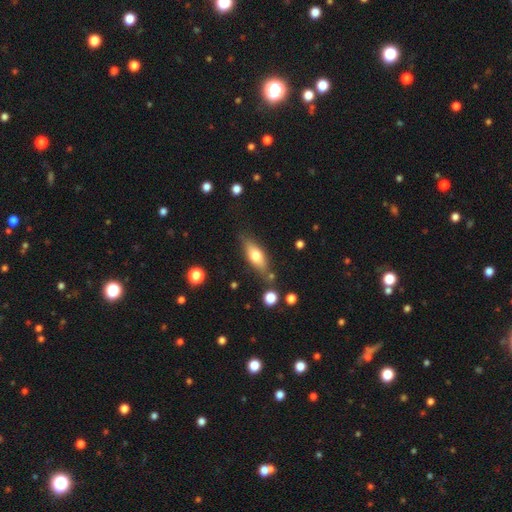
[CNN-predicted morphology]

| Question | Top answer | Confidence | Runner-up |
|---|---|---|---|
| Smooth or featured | smooth | 61% | featured or disk (32%) |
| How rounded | in between | 63% | cigar-shaped (34%) |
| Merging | none | 75% | minor disturbance (16%) |